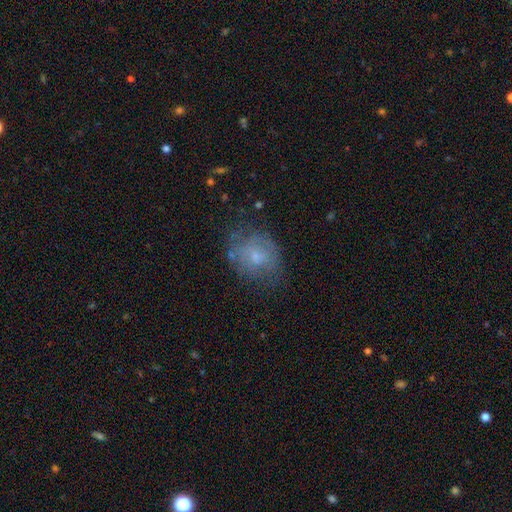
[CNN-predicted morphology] A smooth galaxy with no disk features (50%) that is round (56%).

Vote fractions:
- Smooth or featured? smooth: 50% / featured or disk: 37% / star or artifact: 13%
- How rounded? round: 56% / in between: 43% / cigar-shaped: 1%
- Merging? none: 60% / minor disturbance: 25% / major disturbance: 13% / merger: 2%